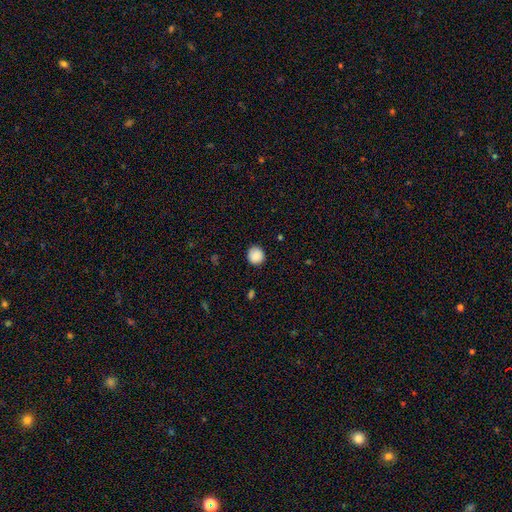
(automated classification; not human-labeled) Morphology: type=smooth (89%); roundness=round (93%); merging=none (90%).